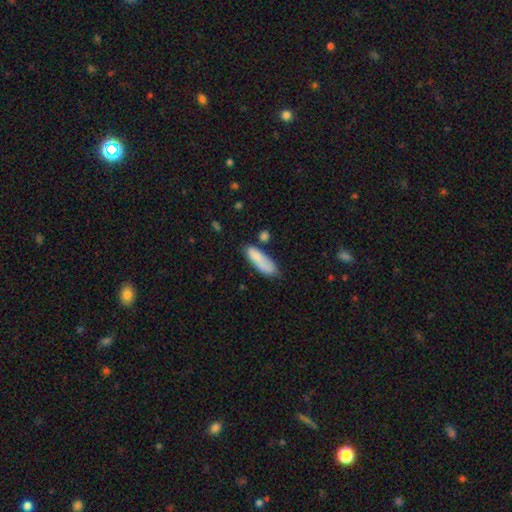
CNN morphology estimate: type=smooth (80%); roundness=cigar-shaped (51%); merging=none (60%).